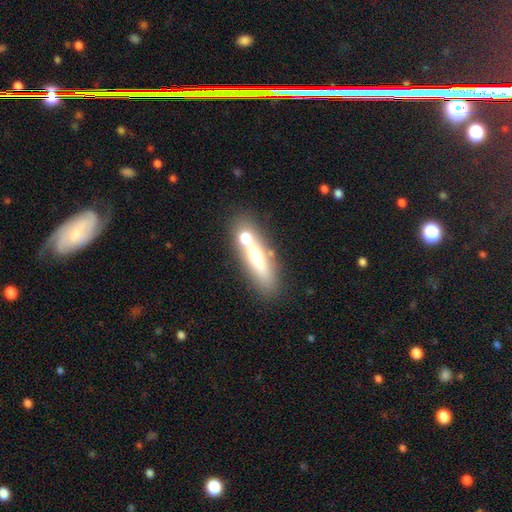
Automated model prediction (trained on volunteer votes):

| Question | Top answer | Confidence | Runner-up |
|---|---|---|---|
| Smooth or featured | smooth | 50% | featured or disk (40%) |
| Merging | none | 54% | merger (29%) |